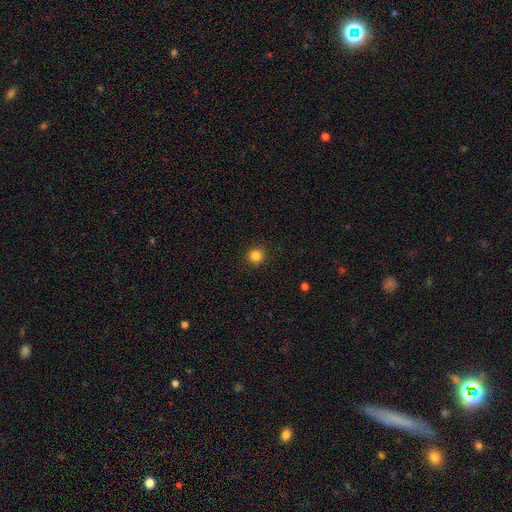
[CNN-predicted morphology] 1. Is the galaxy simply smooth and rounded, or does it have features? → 84% smooth, 12% star or artifact, 4% featured or disk.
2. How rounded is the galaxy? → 93% round, 6% in between, 1% cigar-shaped.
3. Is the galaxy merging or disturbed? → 91% none, 6% minor disturbance, 2% major disturbance, 1% merger.